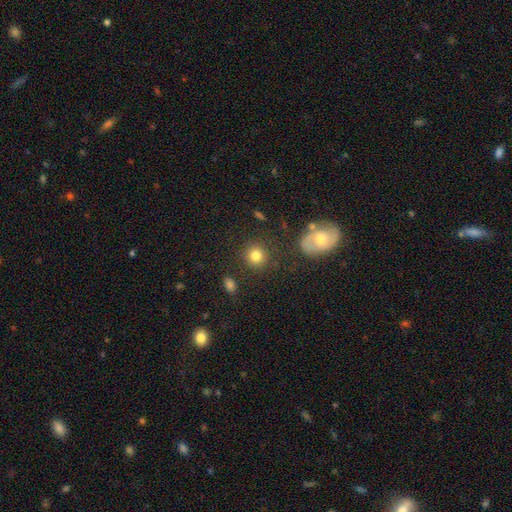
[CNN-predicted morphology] This is clearly a smooth galaxy (81%). How rounded: clearly round (88%). Merging: clearly none (85%).